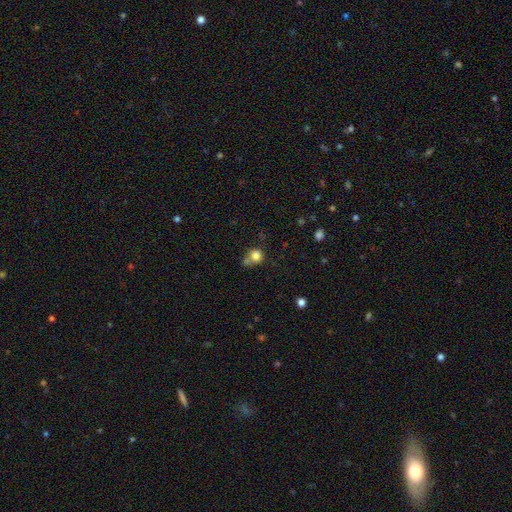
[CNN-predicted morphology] A smooth galaxy with no disk features (81%) that is round (83%).

Vote fractions:
- Smooth or featured? smooth: 81% / star or artifact: 11% / featured or disk: 8%
- How rounded? round: 83% / in between: 16% / cigar-shaped: 1%
- Merging? none: 47% / merger: 29% / minor disturbance: 16% / major disturbance: 8%